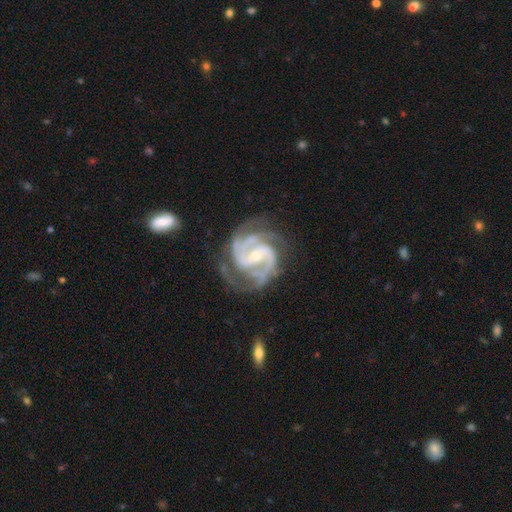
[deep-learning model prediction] This is clearly a featured or disk galaxy (94%). It is clearly not viewed edge-on (98%). Bar: marginally weak (45%). Spiral arm pattern: clearly yes (99%). Spiral arm count: possibly 2 (49%). Spiral winding: possibly medium (51%). Central bulge: likely small (65%). Merging: likely none (70%).